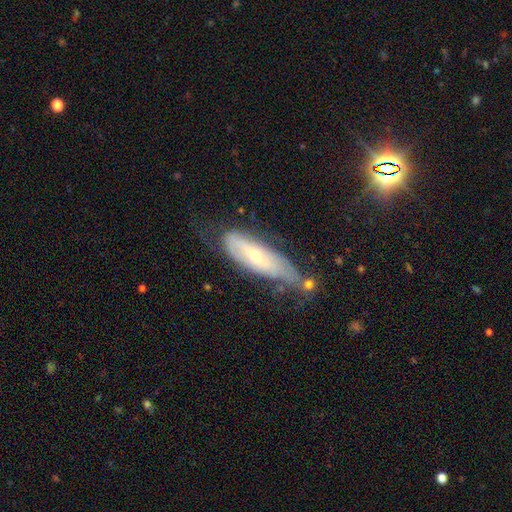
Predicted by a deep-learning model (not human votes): Overall: featured or disk (55%; smooth 38%). Edge-on disk: no (69%; yes 31%). Merging: none (41%; minor disturbance 32%).